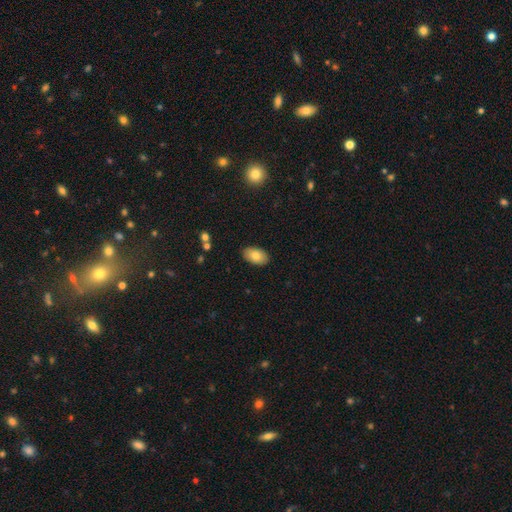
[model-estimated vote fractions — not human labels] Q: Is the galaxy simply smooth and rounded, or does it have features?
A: smooth — 81%.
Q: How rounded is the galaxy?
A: in between — 94%.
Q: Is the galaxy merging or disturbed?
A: none — 89%.